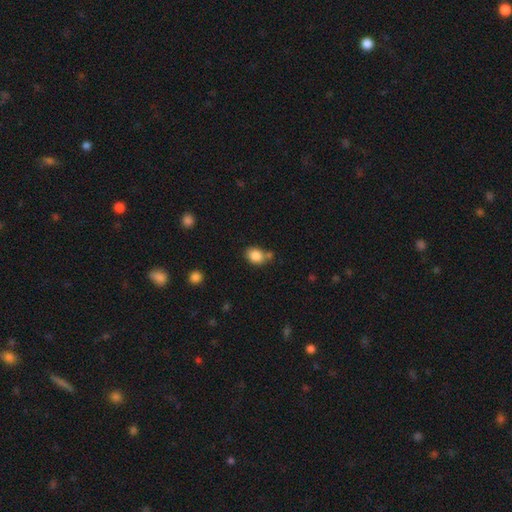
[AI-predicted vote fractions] A smooth galaxy with no disk features (85%) that is in between round and cigar-shaped (51%).

Vote fractions:
- Smooth or featured? smooth: 85% / star or artifact: 9% / featured or disk: 6%
- How rounded? in between: 51% / round: 48% / cigar-shaped: 1%
- Merging? none: 61% / merger: 19% / minor disturbance: 15% / major disturbance: 4%